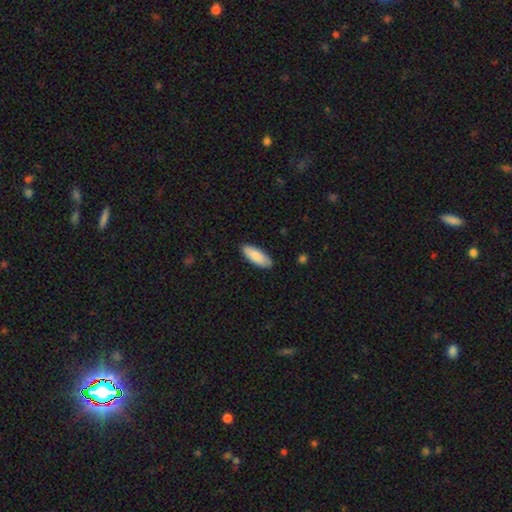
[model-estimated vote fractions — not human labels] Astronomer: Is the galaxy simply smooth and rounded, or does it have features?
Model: smooth — 85%.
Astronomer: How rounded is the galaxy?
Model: in between — 75%.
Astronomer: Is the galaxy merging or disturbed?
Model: none — 86%.